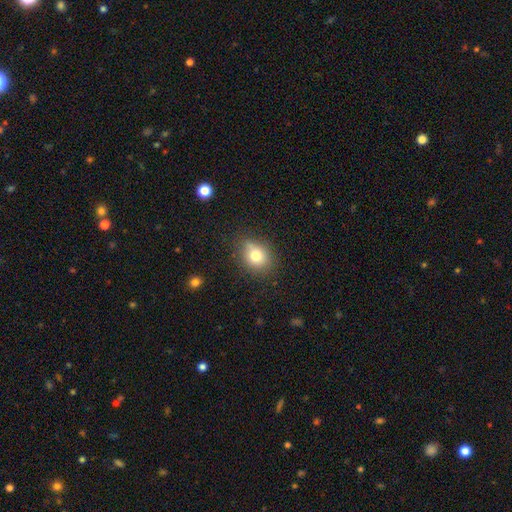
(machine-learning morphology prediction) A smooth galaxy with no disk features (76%) that is round (63%). Merging: none (73%).